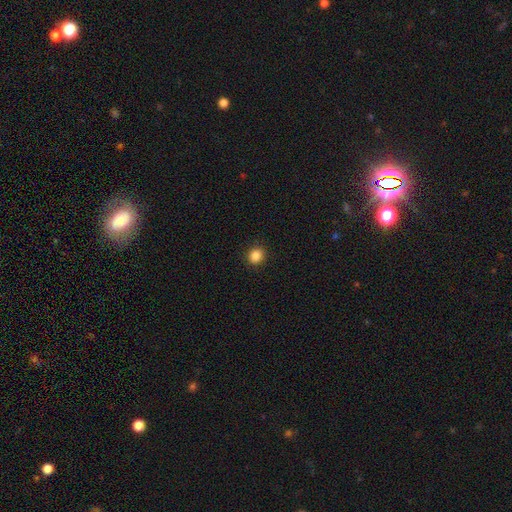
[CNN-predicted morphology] Smooth or featured: smooth — 86% (star or artifact — 11%)
How rounded: round — 85% (in between — 15%)
Merging: none — 92% (minor disturbance — 6%)